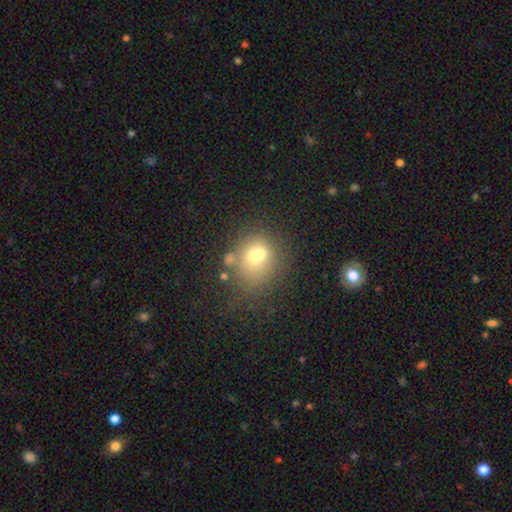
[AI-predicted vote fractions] Smooth or featured? Predicted: smooth (p=0.60). How rounded? Predicted: round (p=0.71). Merging? Predicted: merger (p=0.46).